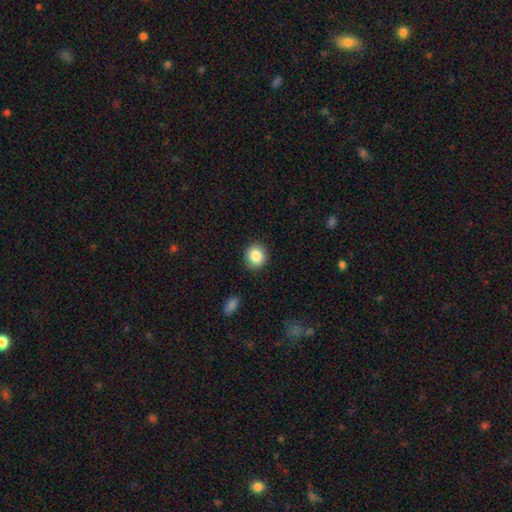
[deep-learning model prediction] This is clearly a smooth galaxy (86%). How rounded: clearly round (82%). Merging: clearly none (88%).